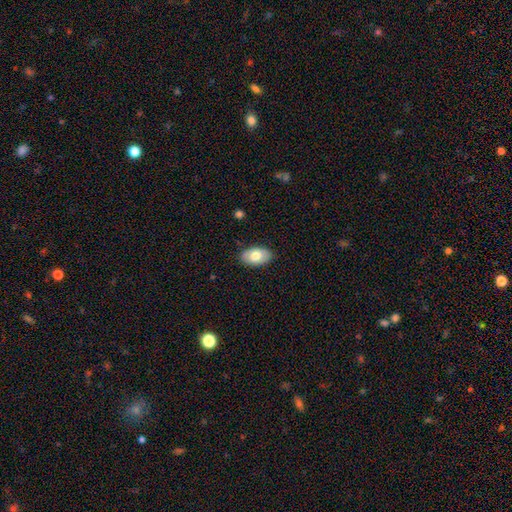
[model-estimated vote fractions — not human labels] A smooth galaxy with no disk features (75%) that is in between round and cigar-shaped (93%).

Vote fractions:
- Smooth or featured? smooth: 75% / featured or disk: 18% / star or artifact: 6%
- How rounded? in between: 93% / round: 6% / cigar-shaped: 1%
- Merging? none: 87% / minor disturbance: 10% / major disturbance: 2% / merger: 1%